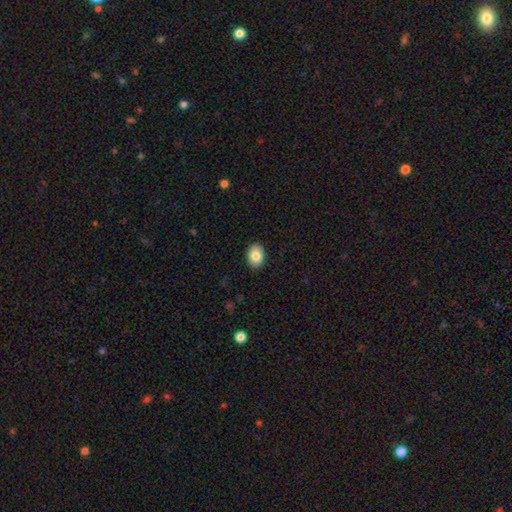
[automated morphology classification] Smooth or featured? Predicted: smooth (p=0.85). How rounded? Predicted: in between (p=0.79). Merging? Predicted: none (p=0.91).